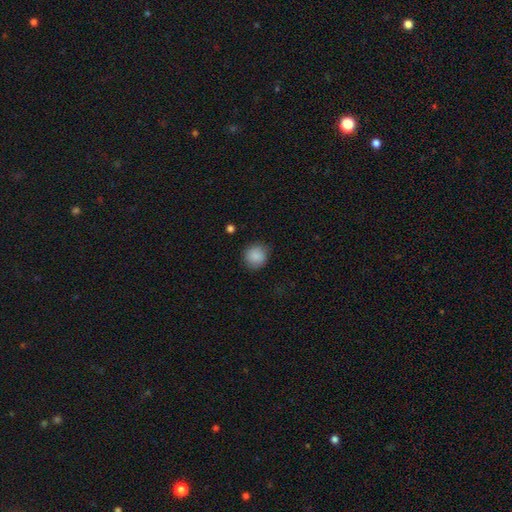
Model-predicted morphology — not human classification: Q: Smooth or featured?
A: smooth (88%); runner-up: star or artifact (8%)
Q: How rounded?
A: round (89%); runner-up: in between (10%)
Q: Merging?
A: none (86%); runner-up: minor disturbance (10%)